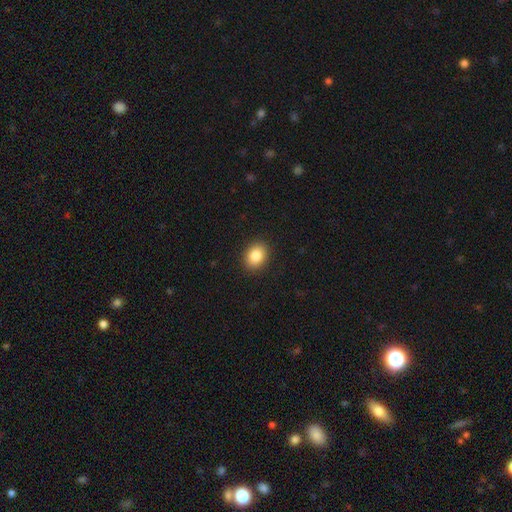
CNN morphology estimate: smooth-or-featured: smooth: 85% | star or artifact: 9% | featured or disk: 6%
  how-rounded: in between: 57% | round: 42% | cigar-shaped: 1%
  merging: none: 90% | minor disturbance: 7% | major disturbance: 2% | merger: 1%